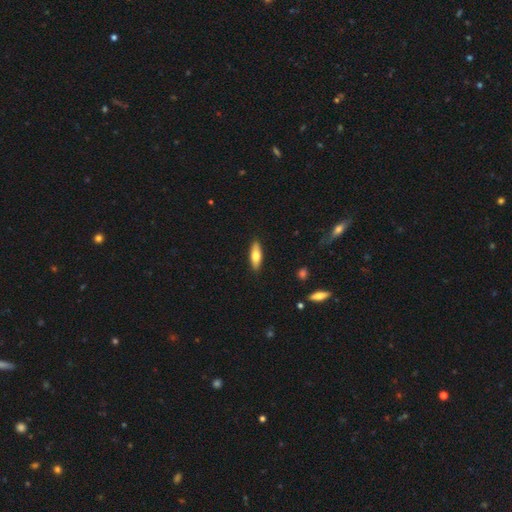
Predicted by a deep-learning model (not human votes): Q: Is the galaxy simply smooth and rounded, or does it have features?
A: smooth — 67%.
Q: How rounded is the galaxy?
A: in between — 52%.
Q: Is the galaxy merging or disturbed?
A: none — 89%.